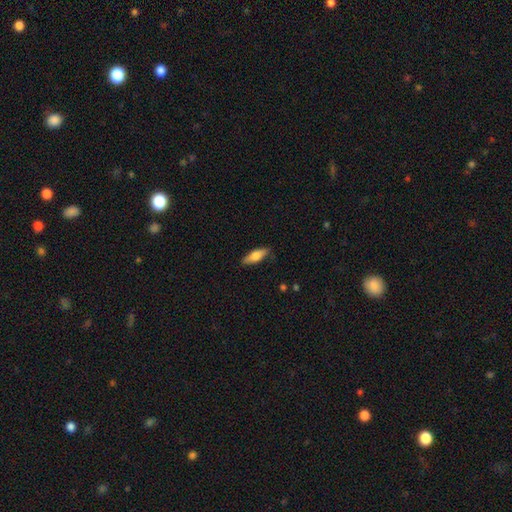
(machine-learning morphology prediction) smooth_or_featured: smooth (p=0.67) [alt: featured or disk p=0.27]
how_rounded: in between (p=0.60) [alt: cigar-shaped p=0.38]
merging: none (p=0.84) [alt: minor disturbance p=0.12]